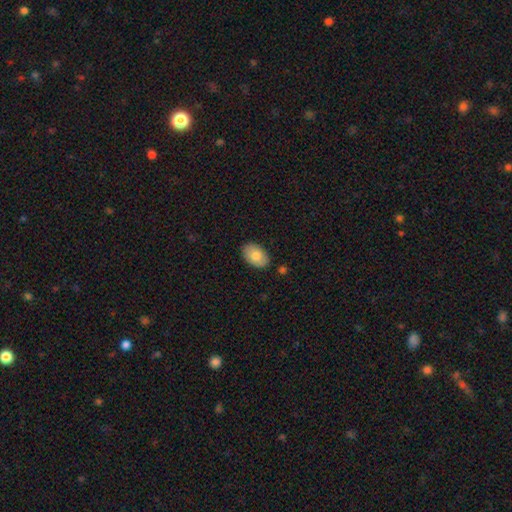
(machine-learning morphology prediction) A smooth galaxy with no disk features (81%) that is in between round and cigar-shaped (90%). Merging: none (85%).